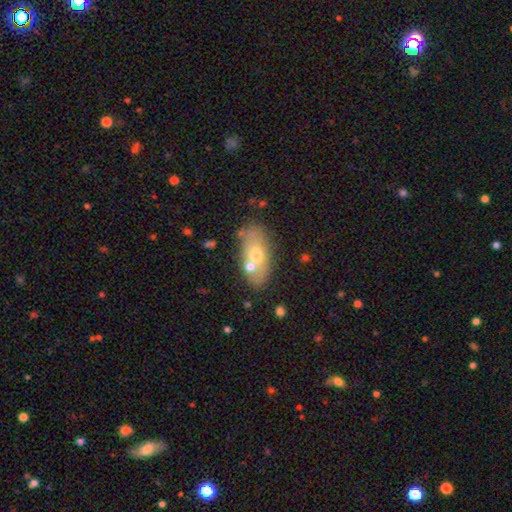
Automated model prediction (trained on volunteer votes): This is possibly a smooth galaxy (57%). How rounded: clearly in between (85%). Merging: likely none (65%).